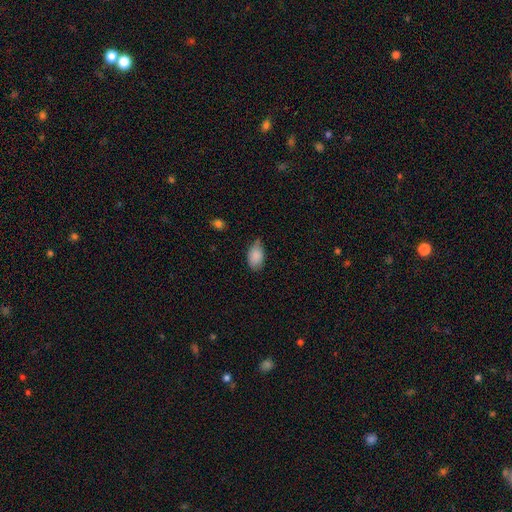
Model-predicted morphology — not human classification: Overall: smooth (85%). How rounded: in between (90%). Merging: none (54%; minor disturbance 37%).